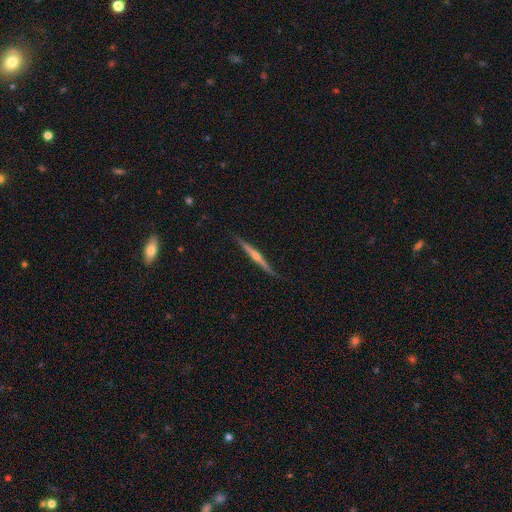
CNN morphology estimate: featured or disk 78%, smooth 16%, star or artifact 6%. Down the decision tree: edge-on disk — yes (98%); edge-on bulge — rounded (80%); merging — none (88%).